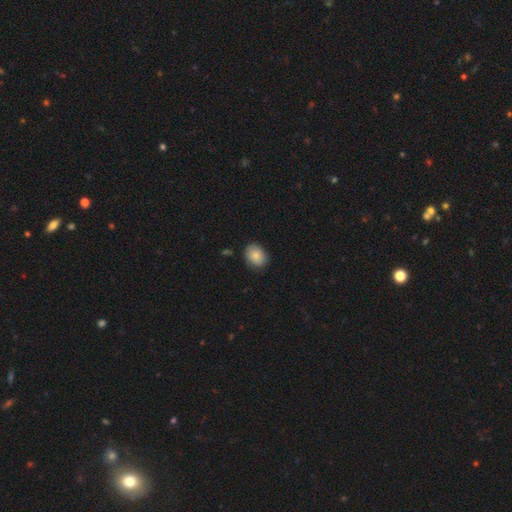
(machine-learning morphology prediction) Smooth or featured?
  - smooth: 85% *
  - featured or disk: 8%
  - star or artifact: 7%
How rounded?
  - in between: 53% *
  - round: 46%
  - cigar-shaped: 1%
Merging?
  - none: 82% *
  - minor disturbance: 14%
  - major disturbance: 3%
  - merger: 1%